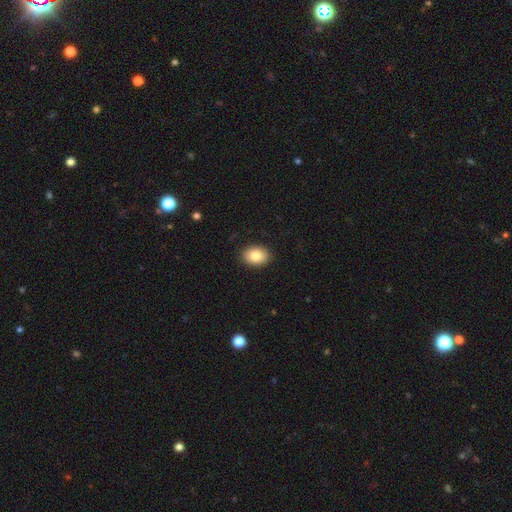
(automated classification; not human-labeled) smooth 85%, star or artifact 8%, featured or disk 8%. Down the decision tree: how rounded — in between (74%); merging — none (90%).